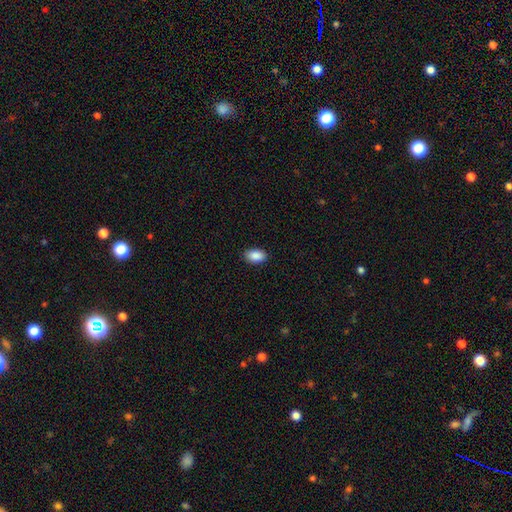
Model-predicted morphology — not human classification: This appears to be a smooth galaxy with no disk features (90%) that is in between round and cigar-shaped (92%). Merging: none (90%).